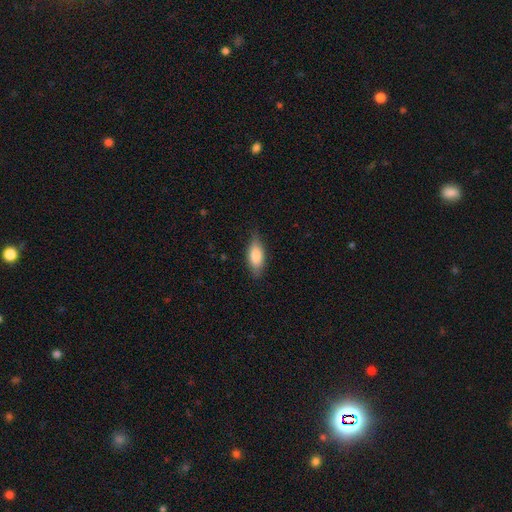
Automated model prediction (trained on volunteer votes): Morphology: type=smooth (82%); roundness=in between (83%); merging=none (79%).